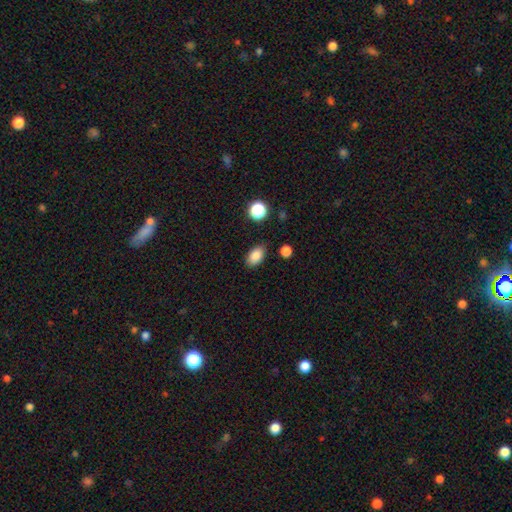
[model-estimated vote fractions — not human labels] Smooth or featured? Predicted: smooth (p=0.86). How rounded? Predicted: in between (p=0.89). Merging? Predicted: none (p=0.84).